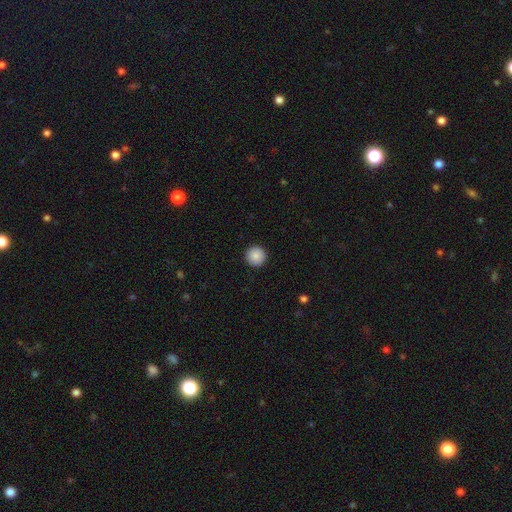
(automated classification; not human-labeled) Smooth or featured?
  - smooth: 88% *
  - star or artifact: 8%
  - featured or disk: 4%
How rounded?
  - round: 96% *
  - in between: 3%
  - cigar-shaped: 1%
Merging?
  - none: 93% *
  - minor disturbance: 4%
  - major disturbance: 1%
  - merger: 1%